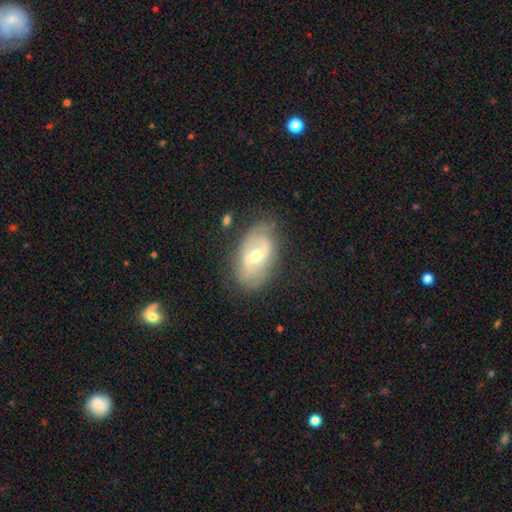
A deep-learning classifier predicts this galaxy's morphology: type=featured or disk (68%); edge-on=no (93%); bar=weak (46%); spiral arms=yes (63%); bulge=moderate (64%); merging=none (73%).